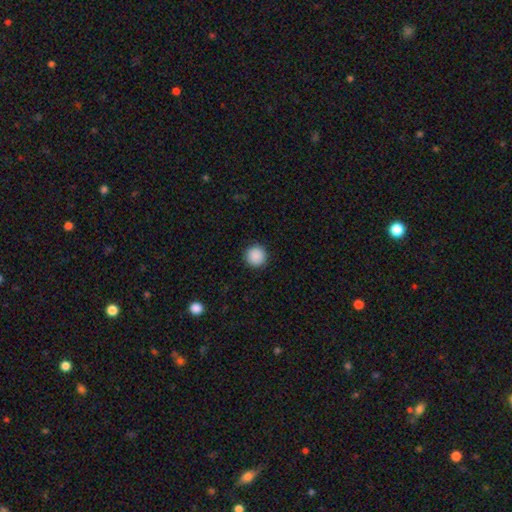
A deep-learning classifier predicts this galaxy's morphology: A smooth galaxy with no disk features (89%) that is round (96%).

Vote fractions:
- Smooth or featured? smooth: 89% / star or artifact: 8% / featured or disk: 2%
- How rounded? round: 96% / in between: 3% / cigar-shaped: 1%
- Merging? none: 93% / minor disturbance: 4% / major disturbance: 2% / merger: 1%